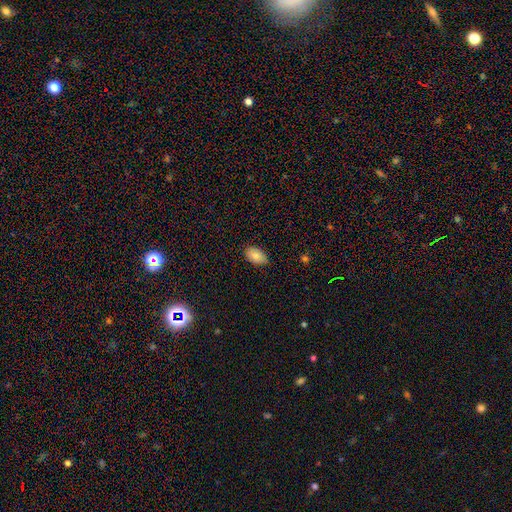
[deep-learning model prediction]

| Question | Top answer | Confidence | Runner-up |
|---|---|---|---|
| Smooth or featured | smooth | 83% | featured or disk (10%) |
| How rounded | in between | 92% | round (6%) |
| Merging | none | 81% | minor disturbance (16%) |